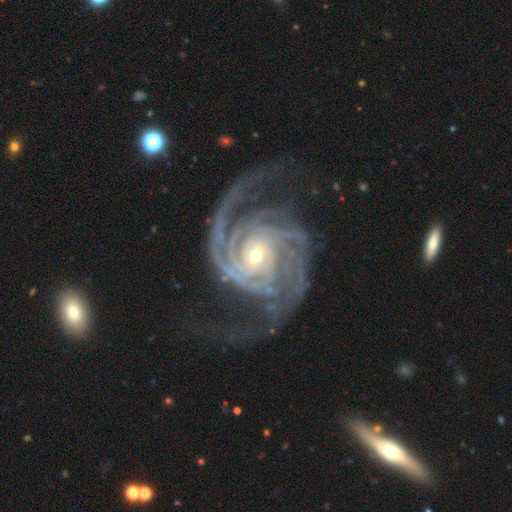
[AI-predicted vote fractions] The model was most divided on "spiral arm count": 2: 39%, 3: 23%, 4: 12%, can't tell: 11%, more than 4: 8%, 1: 8%. More confident: spiral arms — yes (99%); edge-on disk — no (98%); smooth or featured — featured or disk (94%); merging — none (65%); bulge size — small (59%); bar — no (57%); spiral winding — tight (55%).